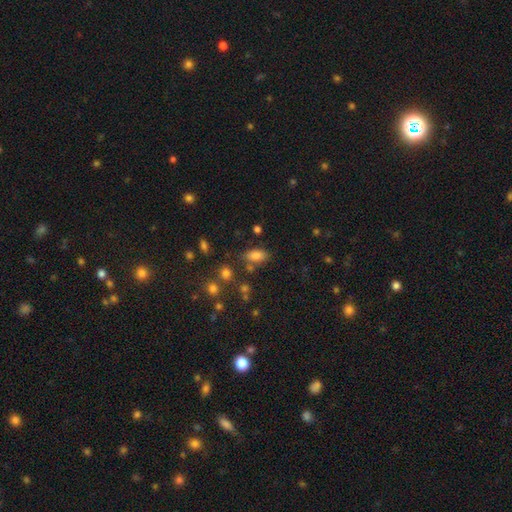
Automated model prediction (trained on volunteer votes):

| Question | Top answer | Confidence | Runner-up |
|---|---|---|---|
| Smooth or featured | smooth | 80% | star or artifact (12%) |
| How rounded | in between | 88% | cigar-shaped (7%) |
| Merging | none | 71% | minor disturbance (16%) |